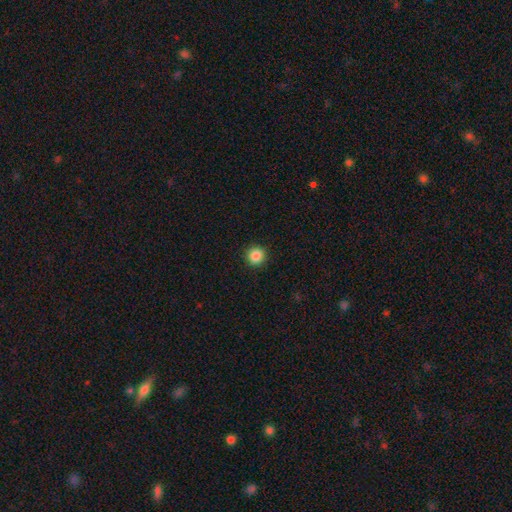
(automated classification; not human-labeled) This is clearly a smooth galaxy (87%). How rounded: clearly round (95%). Merging: clearly none (93%).